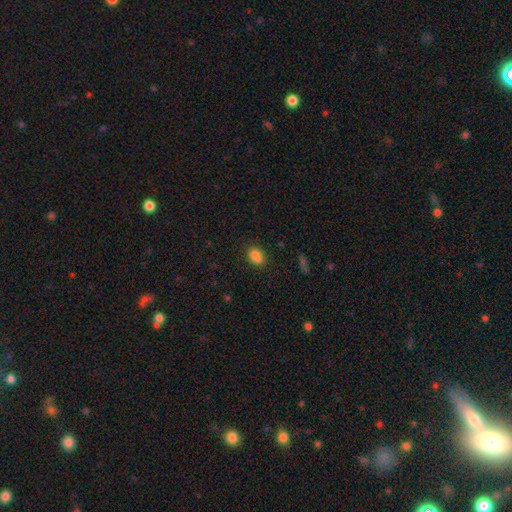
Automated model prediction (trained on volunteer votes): A smooth galaxy with no disk features (84%) that is in between round and cigar-shaped (76%).

Vote fractions:
- Smooth or featured? smooth: 84% / star or artifact: 11% / featured or disk: 5%
- How rounded? in between: 76% / round: 22% / cigar-shaped: 2%
- Merging? none: 77% / minor disturbance: 15% / merger: 5% / major disturbance: 4%